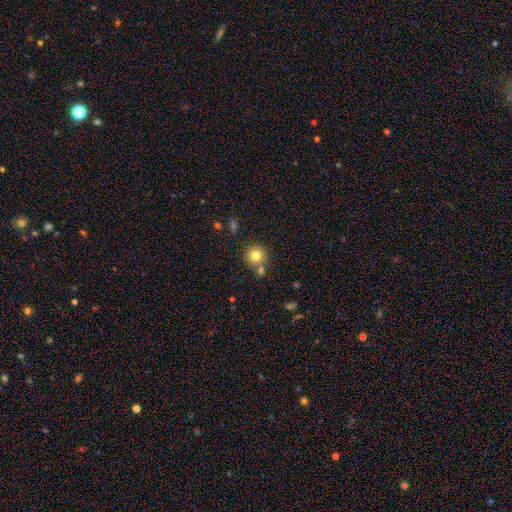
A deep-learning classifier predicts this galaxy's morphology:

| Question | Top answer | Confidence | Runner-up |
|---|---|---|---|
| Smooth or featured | smooth | 80% | star or artifact (12%) |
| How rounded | round | 93% | in between (6%) |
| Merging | none | 73% | merger (16%) |